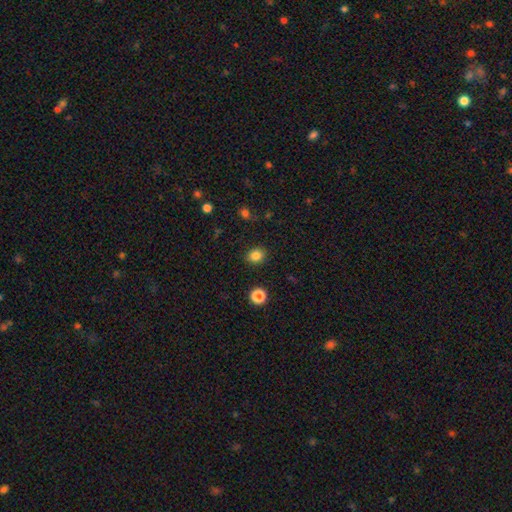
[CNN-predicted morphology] Overall: smooth (84%). How rounded: round (62%; in between 38%). Merging: none (88%).